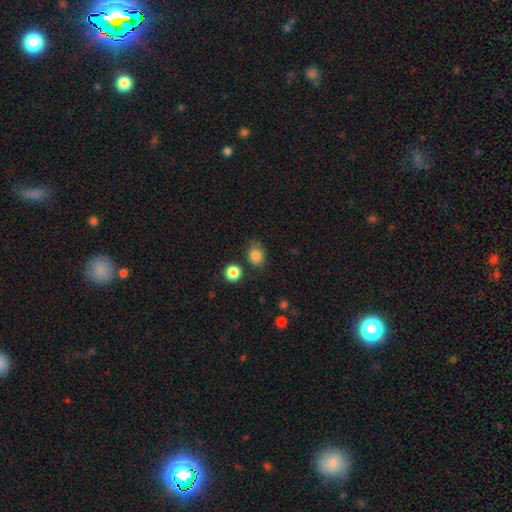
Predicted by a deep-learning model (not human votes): smooth 83%, star or artifact 11%, featured or disk 6%. Down the decision tree: how rounded — round (60%); merging — none (71%).